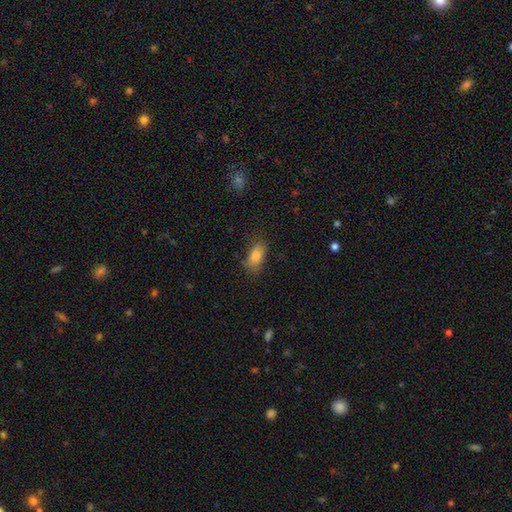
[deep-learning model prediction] This is clearly a smooth galaxy (80%). How rounded: clearly in between (86%). Merging: likely none (68%).